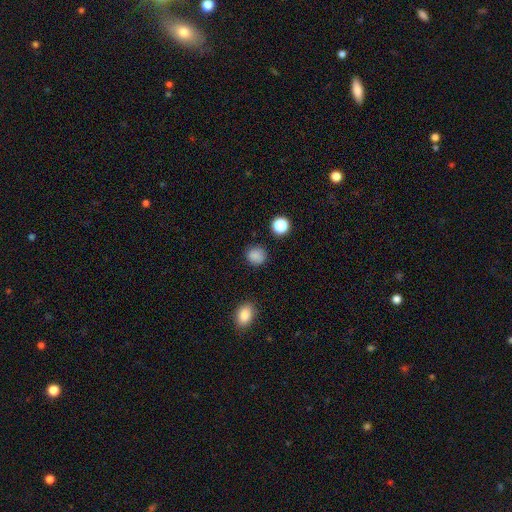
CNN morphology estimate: Smooth or featured? Predicted: smooth (p=0.84). How rounded? Predicted: round (p=0.85). Merging? Predicted: none (p=0.86).